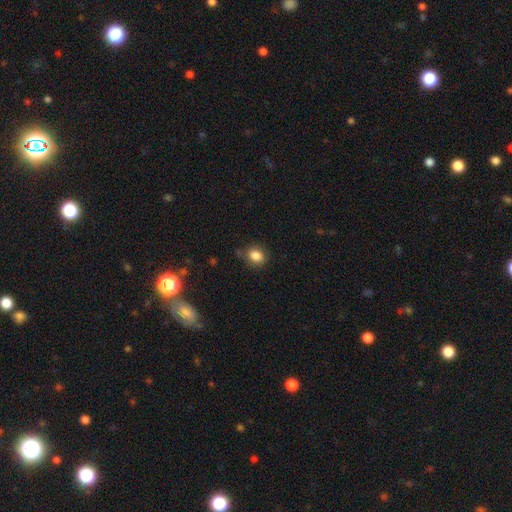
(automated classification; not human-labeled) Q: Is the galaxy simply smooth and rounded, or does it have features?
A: smooth — 85%.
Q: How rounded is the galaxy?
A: round — 54%.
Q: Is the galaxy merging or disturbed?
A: none — 75%.